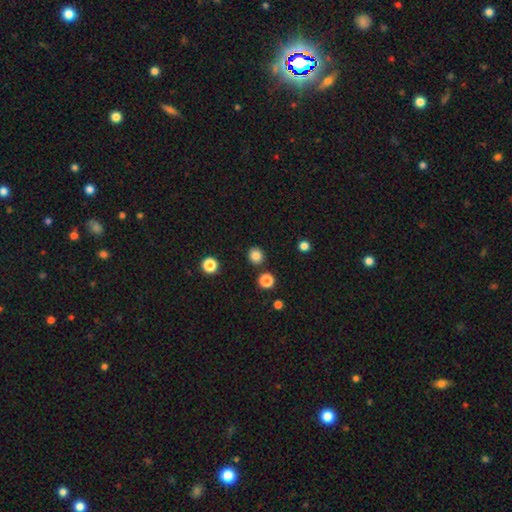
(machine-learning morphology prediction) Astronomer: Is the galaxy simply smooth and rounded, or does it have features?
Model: smooth — 83%.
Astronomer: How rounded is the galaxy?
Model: round — 87%.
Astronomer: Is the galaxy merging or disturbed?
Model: none — 88%.